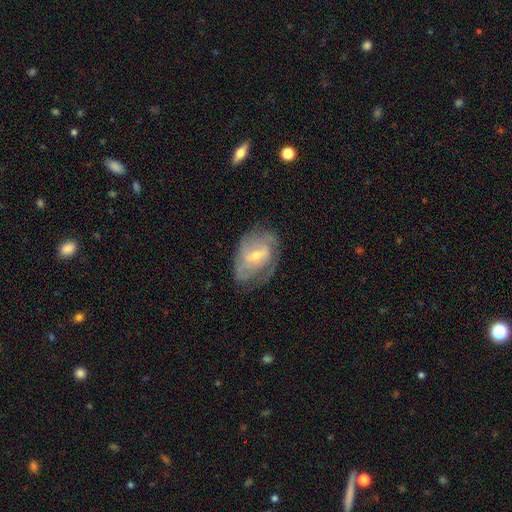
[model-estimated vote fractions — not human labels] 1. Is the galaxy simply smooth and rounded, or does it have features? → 74% featured or disk, 19% smooth, 7% star or artifact.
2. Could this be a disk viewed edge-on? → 96% no, 4% yes.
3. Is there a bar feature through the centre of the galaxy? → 53% weak, 28% no, 19% strong.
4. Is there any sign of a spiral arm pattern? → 84% yes, 16% no.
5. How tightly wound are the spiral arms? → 47% tight, 38% medium, 15% loose.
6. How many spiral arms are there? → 41% can't tell, 28% 2, 17% 3, 7% 4, 5% 1, 3% more than 4.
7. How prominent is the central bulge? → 52% small, 43% moderate, 3% none, 2% large, 1% dominant.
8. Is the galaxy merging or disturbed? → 60% none, 25% minor disturbance, 13% major disturbance, 2% merger.